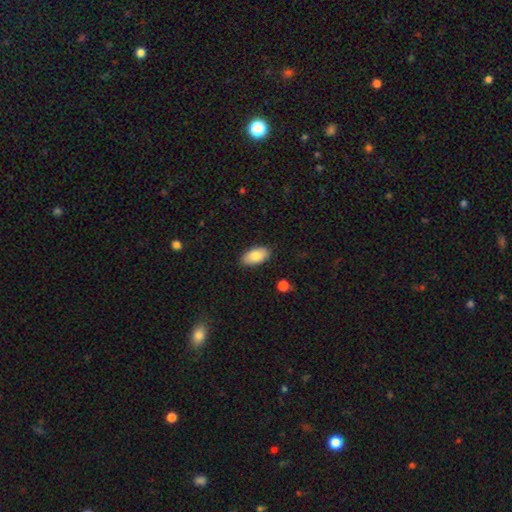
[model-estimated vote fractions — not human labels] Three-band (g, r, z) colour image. It shows a smooth galaxy with no disk features (85%) that is in between round and cigar-shaped (95%). Merging: none (87%).